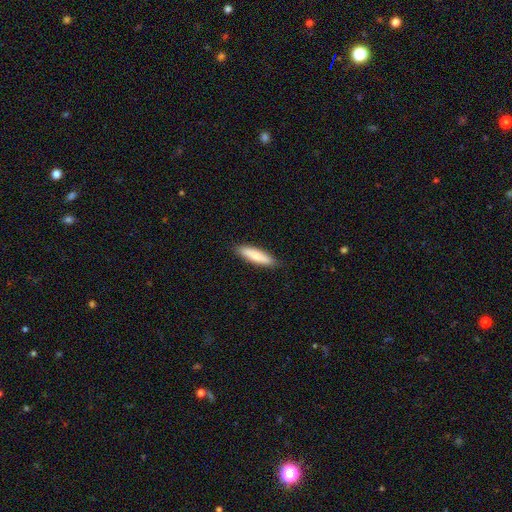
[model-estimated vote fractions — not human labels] smooth-or-featured: smooth: 79% | featured or disk: 15% | star or artifact: 5%
  how-rounded: cigar-shaped: 70% | in between: 29% | round: 2%
  merging: none: 89% | minor disturbance: 9% | major disturbance: 2% | merger: 1%